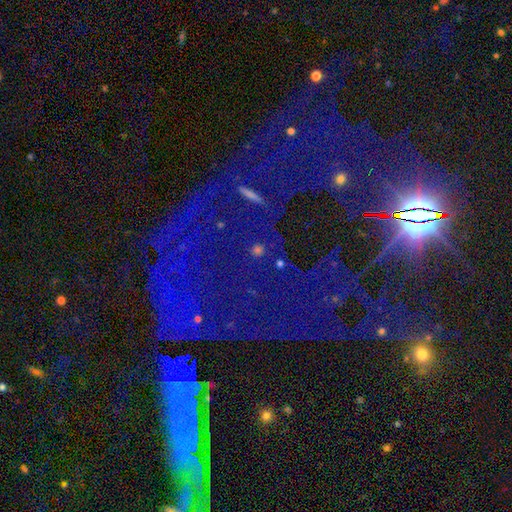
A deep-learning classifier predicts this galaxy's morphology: Overall: star or artifact (77%).